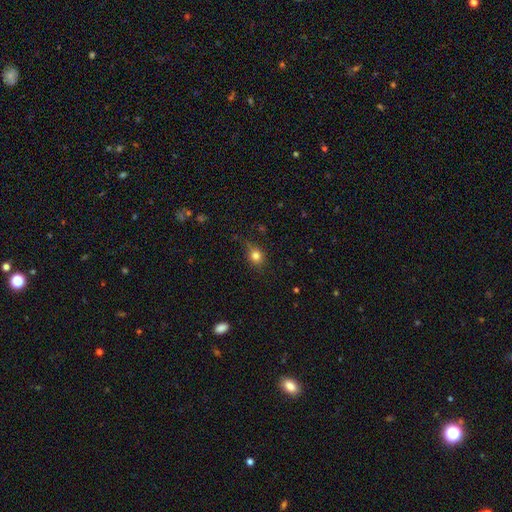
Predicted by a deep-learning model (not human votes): A smooth galaxy with no disk features (79%) that is round (64%).

Vote fractions:
- Smooth or featured? smooth: 79% / star or artifact: 12% / featured or disk: 8%
- How rounded? round: 64% / in between: 35% / cigar-shaped: 2%
- Merging? none: 70% / minor disturbance: 22% / major disturbance: 6% / merger: 2%